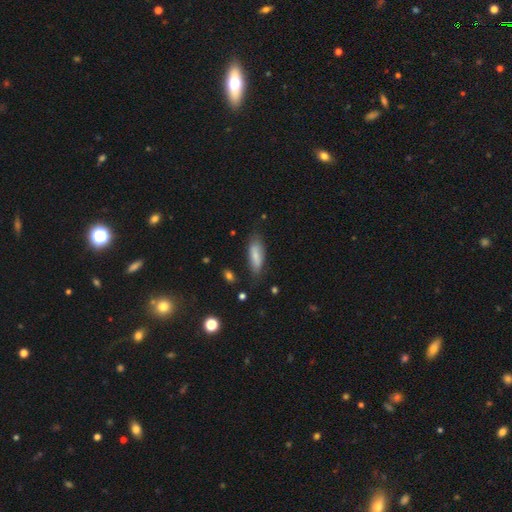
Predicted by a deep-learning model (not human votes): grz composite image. It shows a smooth galaxy with no disk features (77%) that is in between round and cigar-shaped (59%). Merging: none (69%).